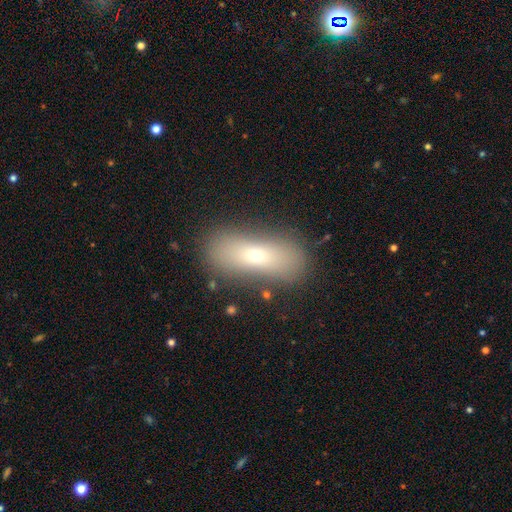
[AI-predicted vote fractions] smooth-or-featured: smooth: 63% | featured or disk: 26% | star or artifact: 12%
  how-rounded: in between: 62% | cigar-shaped: 33% | round: 6%
  merging: none: 78% | minor disturbance: 13% | major disturbance: 5% | merger: 3%